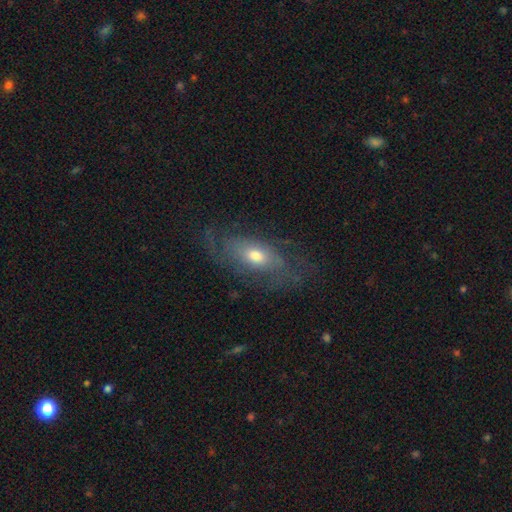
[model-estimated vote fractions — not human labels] Smooth or featured? Predicted: featured or disk (p=0.63). Edge-on disk? Predicted: no (p=0.85). Bar? Predicted: no (p=0.75). Spiral arms? Predicted: yes (p=0.71). Bulge size? Predicted: moderate (p=0.69). Merging? Predicted: none (p=0.65).